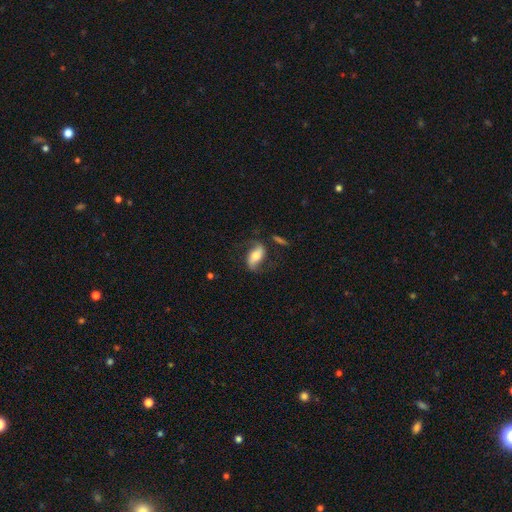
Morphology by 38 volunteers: Smooth or featured: featured or disk — 84% (smooth — 13%)
Edge-on disk: no — 94% (yes — 6%)
Bar: no — 40% (weak — 33%)
Spiral arms: yes — 93% (no — 7%)
Spiral winding: loose — 89% (medium — 7%)
Spiral arm count: 2 — 89% (1 — 11%)
Bulge size: moderate — 43% (small — 33%)
Merging: none — 65% (minor disturbance — 22%)